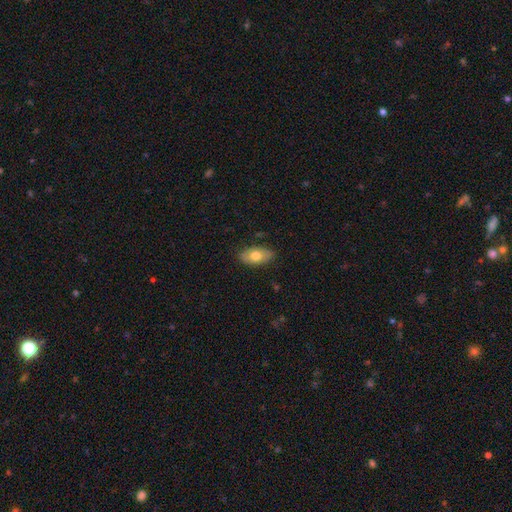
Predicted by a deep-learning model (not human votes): The model was most divided on "smooth or featured": smooth: 70%, featured or disk: 24%, star or artifact: 6%. More confident: how rounded — in between (92%); merging — none (83%).